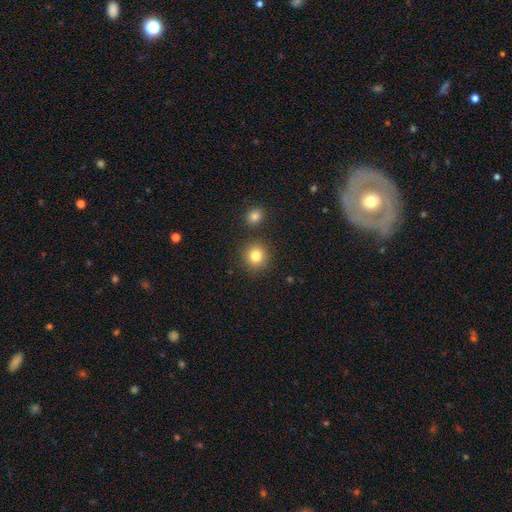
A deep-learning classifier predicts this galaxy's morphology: Overall: smooth (82%). How rounded: round (91%). Merging: none (86%).